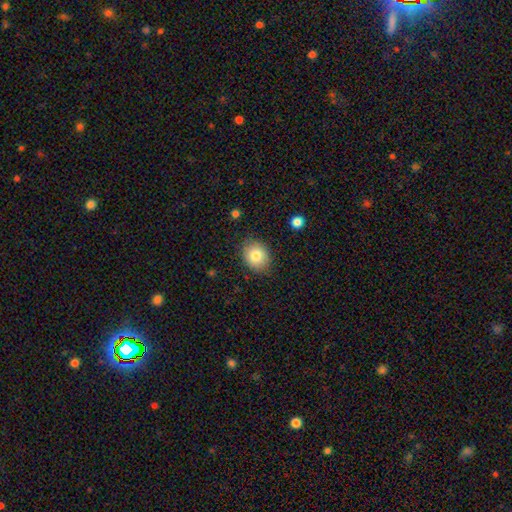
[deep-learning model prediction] A smooth galaxy with no disk features (82%) that is round (56%). Merging: none (85%).